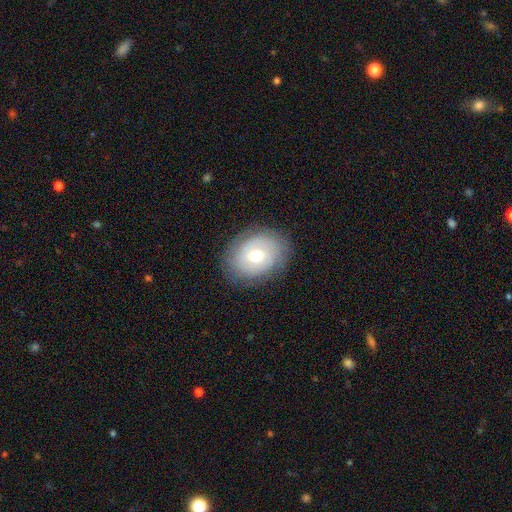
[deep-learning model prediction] featured or disk 46%, smooth 45%, star or artifact 9%. Down the decision tree: merging — none (80%).